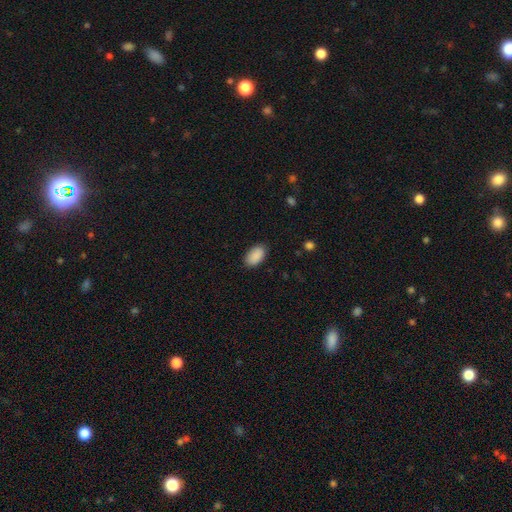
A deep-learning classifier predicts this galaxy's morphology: The model was most divided on "merging": none: 86%, minor disturbance: 11%, major disturbance: 2%, merger: 1%. More confident: how rounded — in between (94%); smooth or featured — smooth (90%).